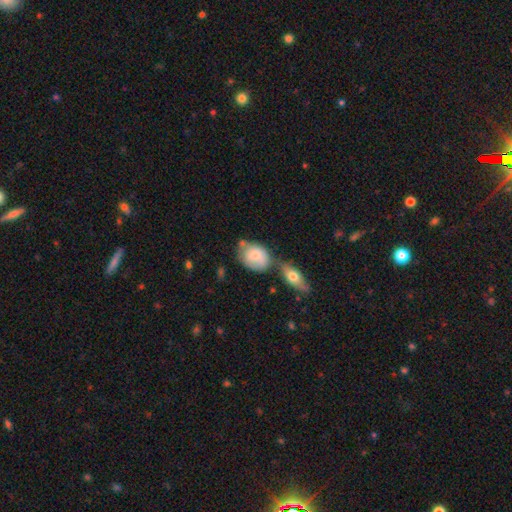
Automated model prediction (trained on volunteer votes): Smooth or featured? smooth (71%)
How rounded? in between (65%)
Merging? merger (36%, tied with none)